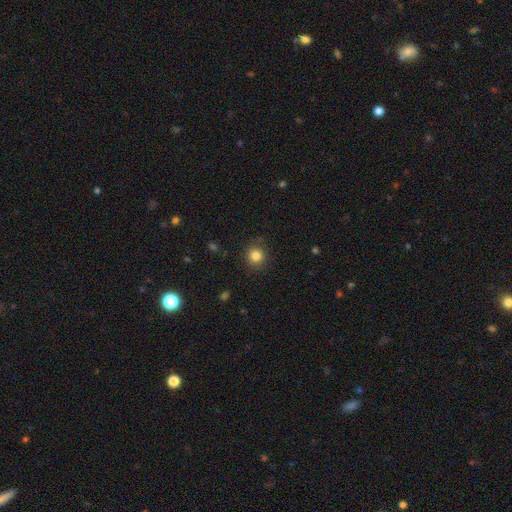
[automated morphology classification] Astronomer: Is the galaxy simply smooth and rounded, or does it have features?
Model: smooth — 83%.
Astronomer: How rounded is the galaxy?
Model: round — 92%.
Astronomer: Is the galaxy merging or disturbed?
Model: none — 86%.